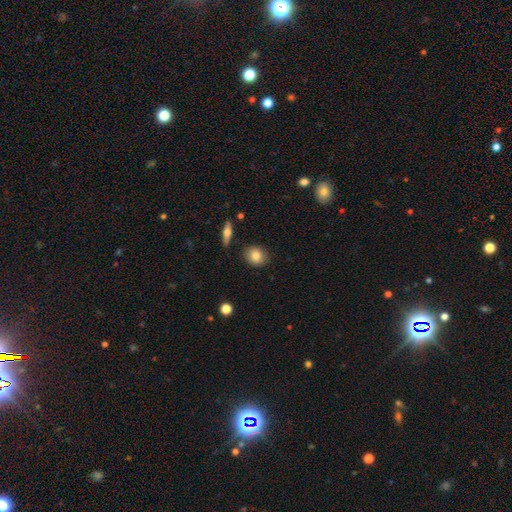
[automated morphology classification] This appears to be a smooth galaxy with no disk features (82%) that is round (67%). Merging: none (87%).